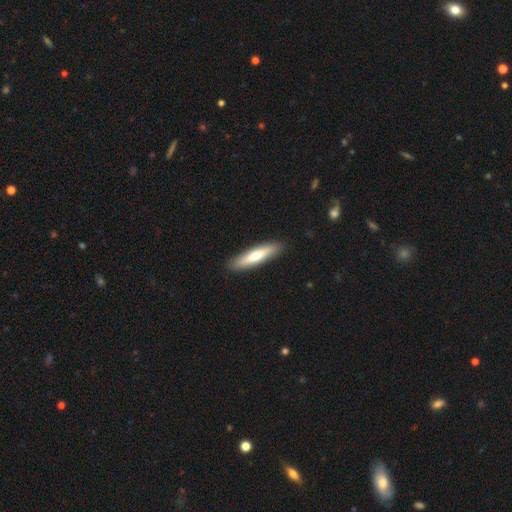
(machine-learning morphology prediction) The model was most divided on "smooth or featured": smooth: 65%, featured or disk: 30%, star or artifact: 5%. More confident: merging — none (91%); how rounded — cigar-shaped (81%).